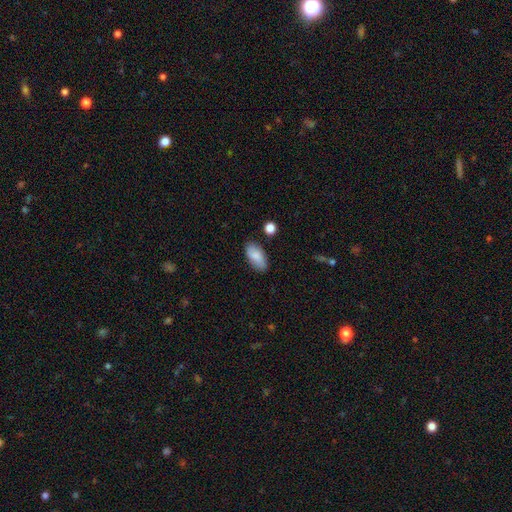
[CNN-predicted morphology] This appears to be a smooth galaxy with no disk features (84%) that is in between round and cigar-shaped (91%). Merging: none (82%).